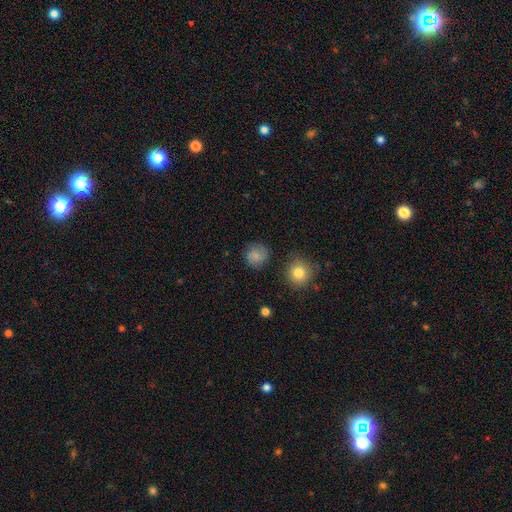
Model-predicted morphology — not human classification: A smooth galaxy with no disk features (72%) that is round (88%).

Vote fractions:
- Smooth or featured? smooth: 72% / featured or disk: 17% / star or artifact: 10%
- How rounded? round: 88% / in between: 11% / cigar-shaped: 1%
- Merging? none: 77% / minor disturbance: 15% / major disturbance: 5% / merger: 2%